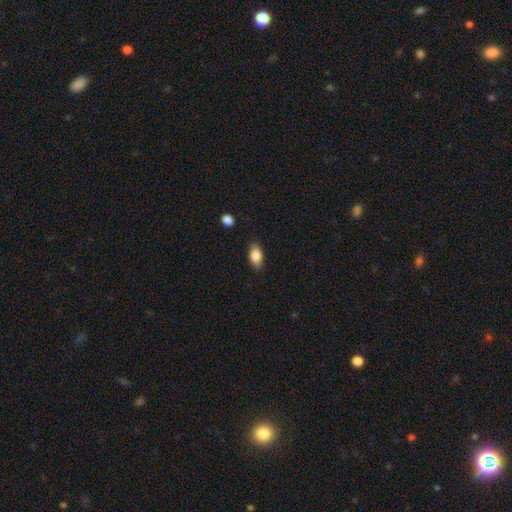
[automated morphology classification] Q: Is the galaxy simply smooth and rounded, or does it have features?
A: smooth — 84%.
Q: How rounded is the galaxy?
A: in between — 88%.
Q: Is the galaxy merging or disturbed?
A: none — 84%.